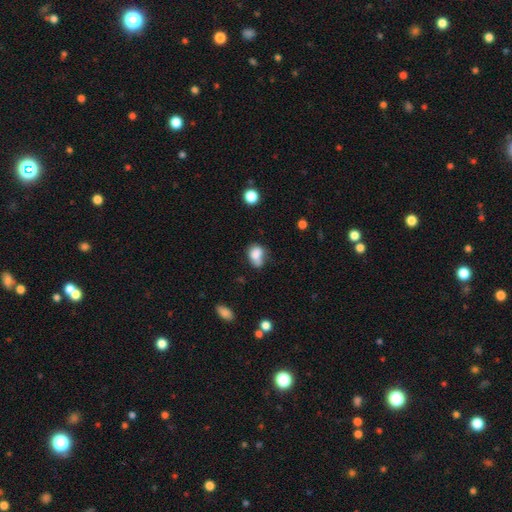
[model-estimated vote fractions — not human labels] This is likely a smooth galaxy (79%). How rounded: likely in between (67%). Merging: marginally none (36%).